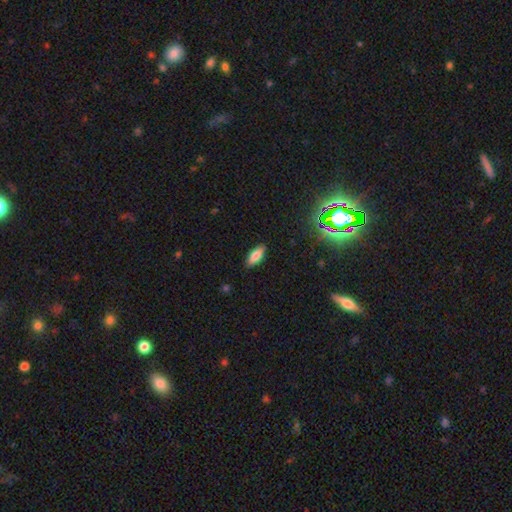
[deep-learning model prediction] A smooth galaxy with no disk features (80%) that is in between round and cigar-shaped (76%). Merging: none (88%).